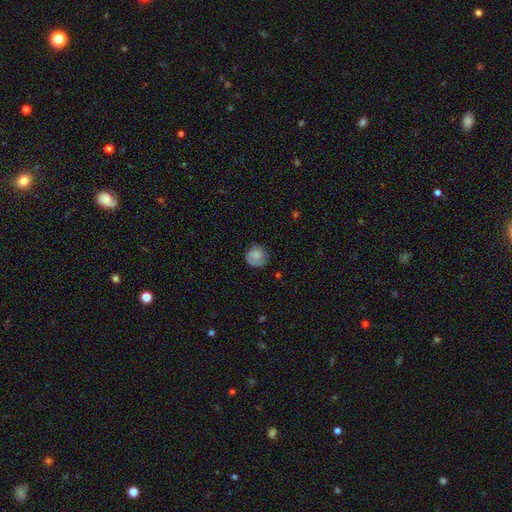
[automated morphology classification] Overall: smooth (80%). How rounded: round (89%). Merging: none (76%).